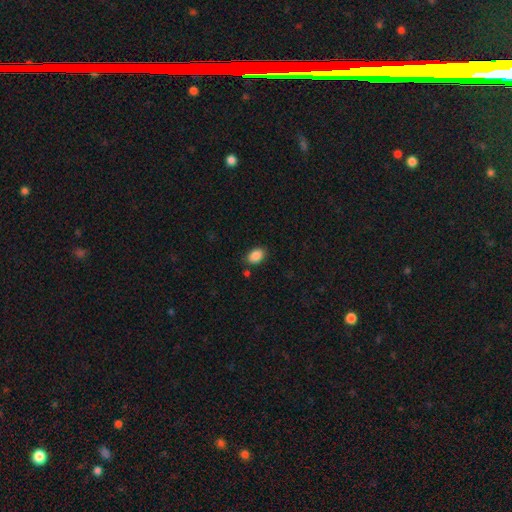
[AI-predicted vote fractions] Smooth or featured: smooth — 88% (star or artifact — 8%)
How rounded: in between — 83% (round — 15%)
Merging: none — 82% (minor disturbance — 11%)